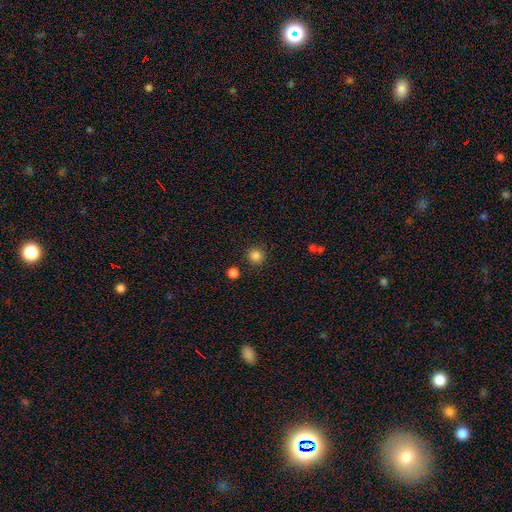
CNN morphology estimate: A smooth galaxy with no disk features (84%) that is round (95%).

Vote fractions:
- Smooth or featured? smooth: 84% / star or artifact: 12% / featured or disk: 4%
- How rounded? round: 95% / in between: 4% / cigar-shaped: 1%
- Merging? none: 88% / minor disturbance: 6% / merger: 3% / major disturbance: 2%